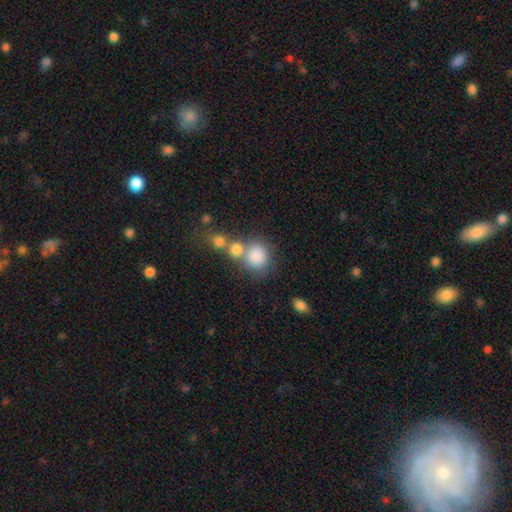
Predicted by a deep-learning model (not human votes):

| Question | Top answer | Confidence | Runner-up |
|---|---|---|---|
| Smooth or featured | smooth | 82% | star or artifact (10%) |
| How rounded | round | 76% | in between (23%) |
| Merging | merger | 43% | none (40%) |